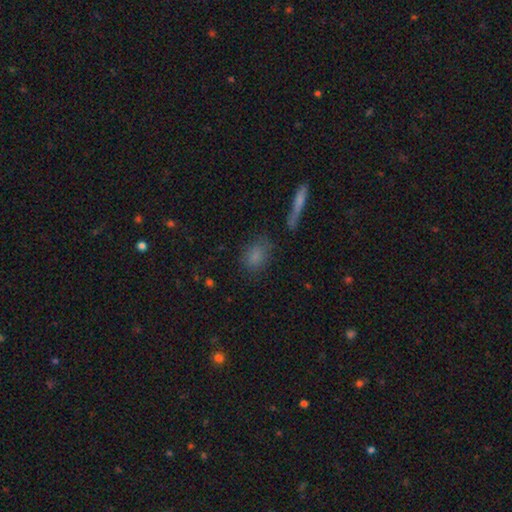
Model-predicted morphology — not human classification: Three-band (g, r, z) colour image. It shows a smooth galaxy with no disk features (78%) that is in between round and cigar-shaped (64%). Merging: none (72%).